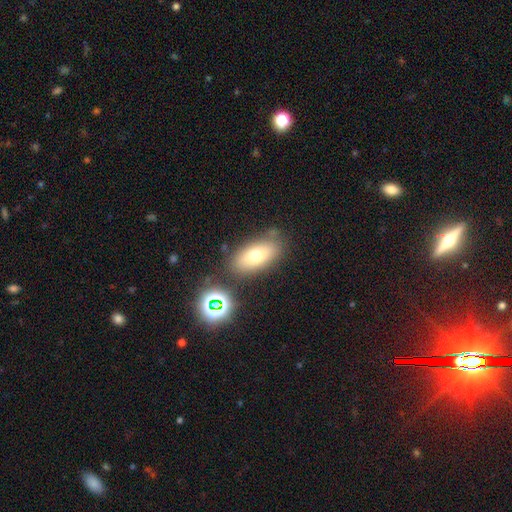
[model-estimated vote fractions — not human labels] This is likely a smooth galaxy (68%). How rounded: clearly in between (84%). Merging: likely none (75%).